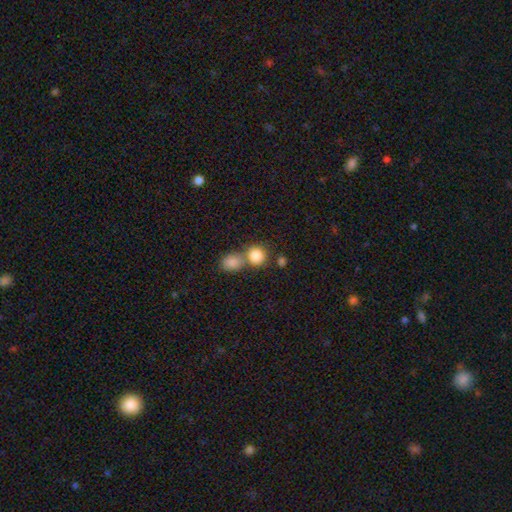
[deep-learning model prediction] smooth-or-featured: smooth: 86% | star or artifact: 9% | featured or disk: 6%
  how-rounded: round: 80% | in between: 19% | cigar-shaped: 1%
  merging: merger: 45% | none: 44% | minor disturbance: 8% | major disturbance: 3%